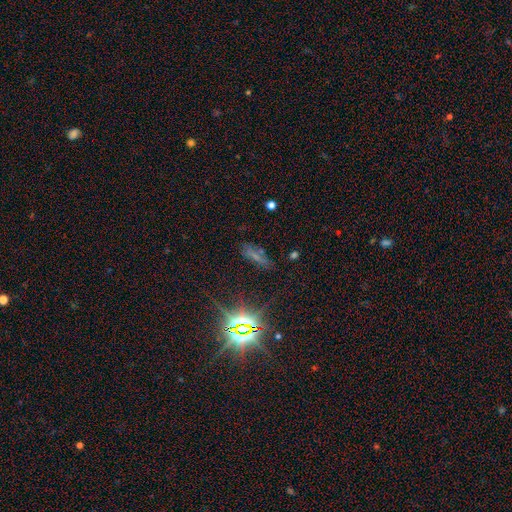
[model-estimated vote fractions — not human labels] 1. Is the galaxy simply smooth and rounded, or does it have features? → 40% star or artifact, 39% smooth, 21% featured or disk.